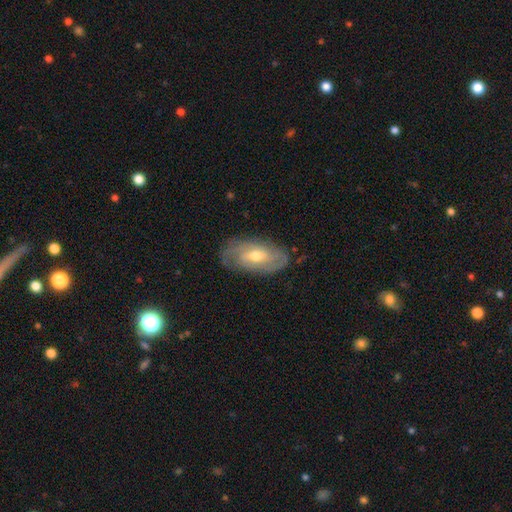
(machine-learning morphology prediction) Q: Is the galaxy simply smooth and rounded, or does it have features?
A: featured or disk — 71%.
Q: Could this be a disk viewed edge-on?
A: no — 91%.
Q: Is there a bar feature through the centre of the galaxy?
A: no — 50%.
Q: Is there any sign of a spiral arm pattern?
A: yes — 84%.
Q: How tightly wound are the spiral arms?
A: tight — 59%.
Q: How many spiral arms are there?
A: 2 — 42%.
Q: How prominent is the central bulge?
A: moderate — 62%.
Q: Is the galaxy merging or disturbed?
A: none — 79%.